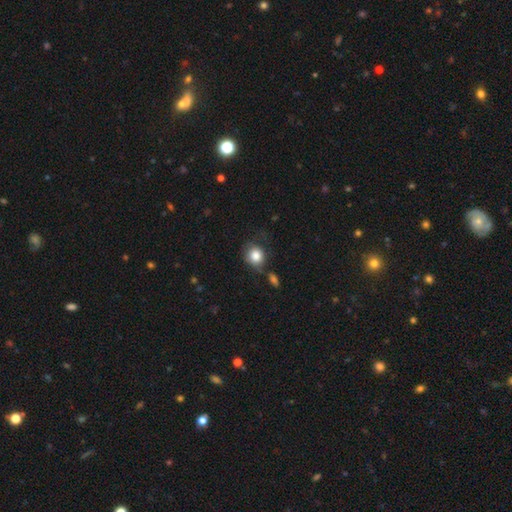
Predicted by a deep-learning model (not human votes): A smooth galaxy with no disk features (83%) that is round (78%). Merging: none (57%).